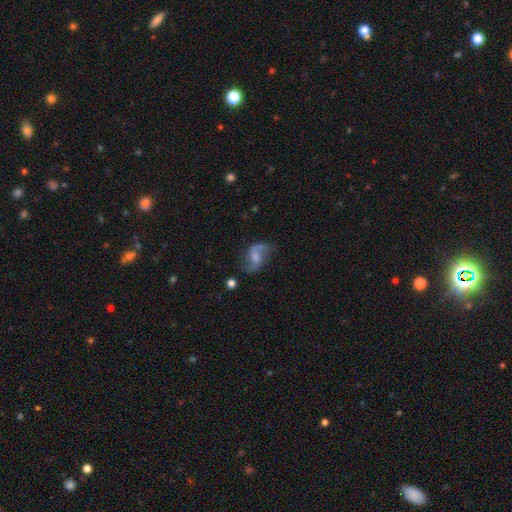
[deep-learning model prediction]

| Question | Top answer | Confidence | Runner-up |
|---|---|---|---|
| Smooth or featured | featured or disk | 73% | smooth (19%) |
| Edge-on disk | no | 97% | yes (3%) |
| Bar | weak | 46% | no (40%) |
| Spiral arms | yes | 92% | no (8%) |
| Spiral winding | loose | 73% | medium (22%) |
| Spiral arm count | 2 | 90% | can't tell (4%) |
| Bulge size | moderate | 42% | small (36%) |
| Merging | none | 64% | minor disturbance (21%) |